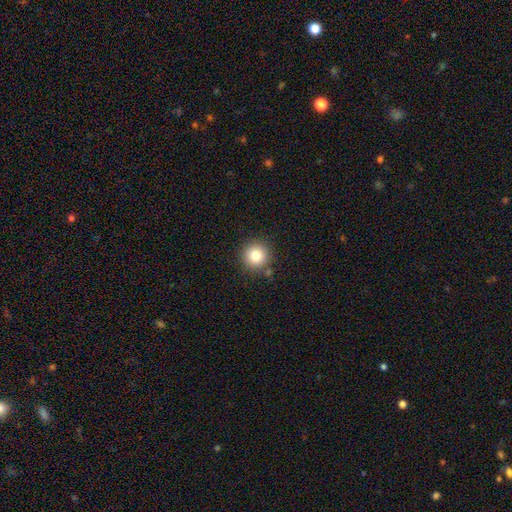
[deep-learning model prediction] Smooth or featured: smooth — 81% (star or artifact — 11%)
How rounded: round — 95% (in between — 4%)
Merging: none — 86% (minor disturbance — 8%)